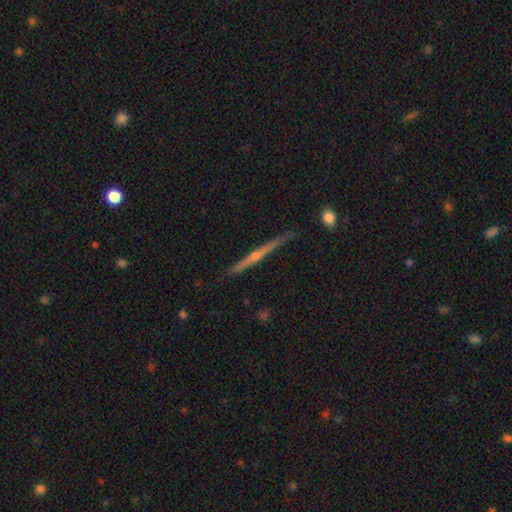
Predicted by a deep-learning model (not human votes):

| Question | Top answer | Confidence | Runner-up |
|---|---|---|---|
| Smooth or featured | featured or disk | 77% | smooth (14%) |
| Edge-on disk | yes | 98% | no (2%) |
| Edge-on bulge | rounded | 72% | none (21%) |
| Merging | none | 88% | minor disturbance (8%) |